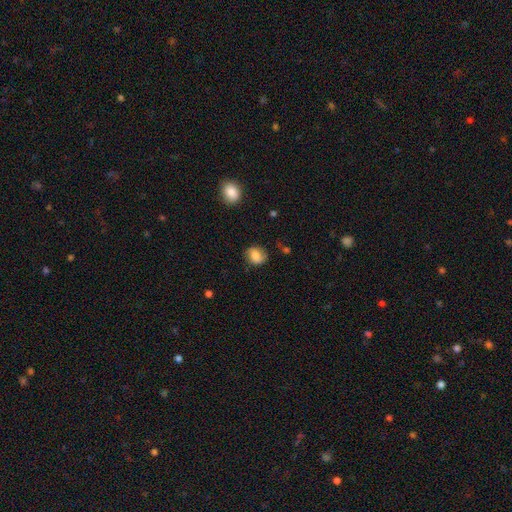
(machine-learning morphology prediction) Smooth or featured: smooth — 75% (featured or disk — 16%)
How rounded: round — 54% (in between — 45%)
Merging: none — 71% (minor disturbance — 21%)